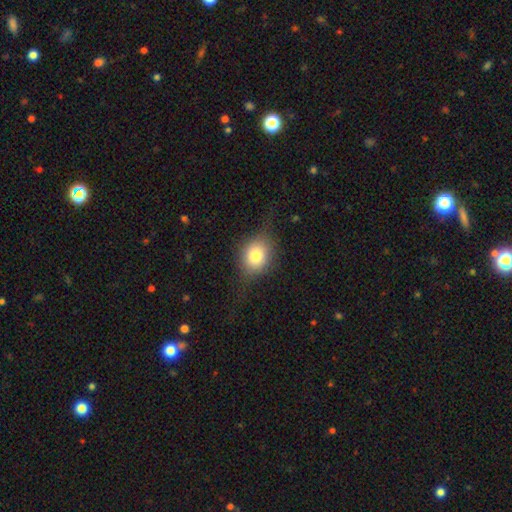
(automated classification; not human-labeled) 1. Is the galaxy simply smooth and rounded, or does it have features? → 75% smooth, 16% featured or disk, 10% star or artifact.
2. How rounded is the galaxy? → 55% round, 43% in between, 2% cigar-shaped.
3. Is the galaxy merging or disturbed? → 65% none, 22% minor disturbance, 12% major disturbance, 1% merger.